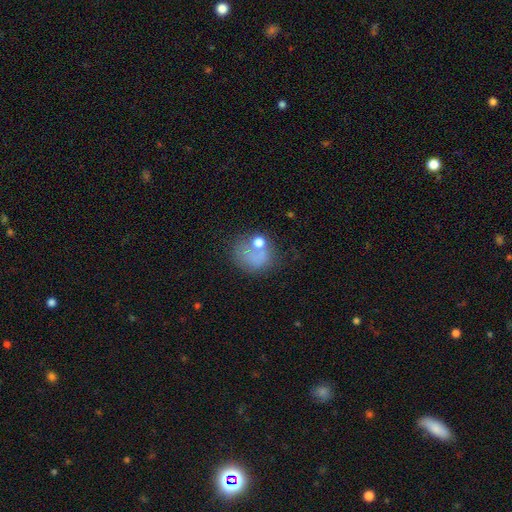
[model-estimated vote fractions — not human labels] Smooth or featured: smooth — 62% (featured or disk — 19%)
How rounded: round — 67% (in between — 32%)
Merging: none — 46% (minor disturbance — 20%)